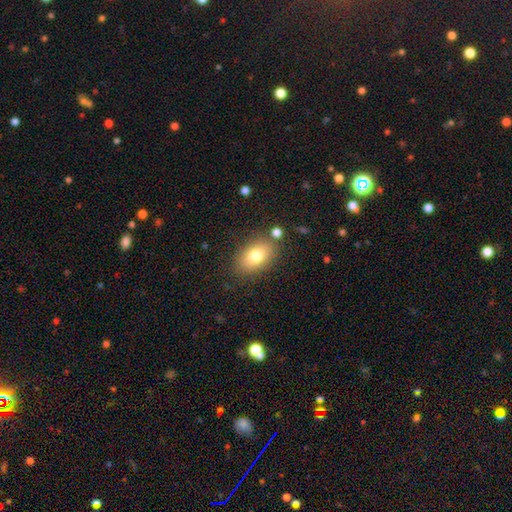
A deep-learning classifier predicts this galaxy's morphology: The model was most divided on "smooth or featured": smooth: 79%, featured or disk: 12%, star or artifact: 9%. More confident: how rounded — in between (87%); merging — none (79%).